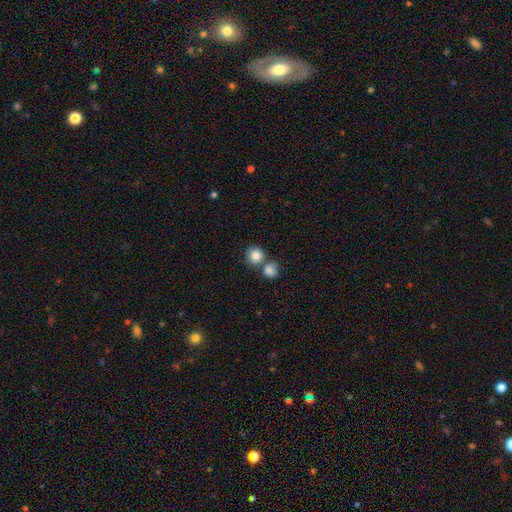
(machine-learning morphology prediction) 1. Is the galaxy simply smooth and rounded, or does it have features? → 85% smooth, 9% star or artifact, 6% featured or disk.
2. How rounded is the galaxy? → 90% round, 9% in between, 1% cigar-shaped.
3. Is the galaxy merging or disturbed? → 60% none, 30% merger, 8% minor disturbance, 3% major disturbance.